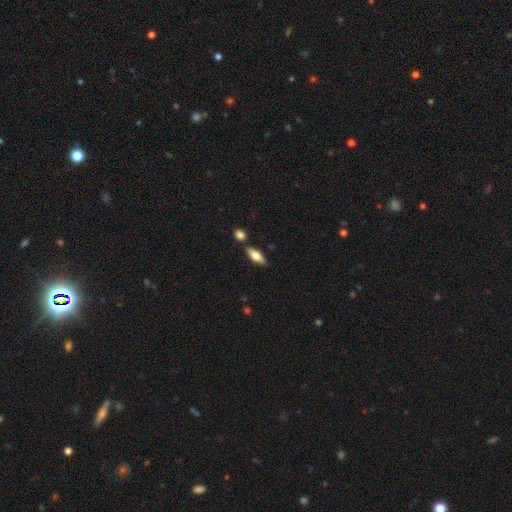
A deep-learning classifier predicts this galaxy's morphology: Q: Smooth or featured?
A: smooth (59%); runner-up: featured or disk (34%)
Q: How rounded?
A: in between (63%); runner-up: cigar-shaped (34%)
Q: Merging?
A: none (77%); runner-up: minor disturbance (11%)